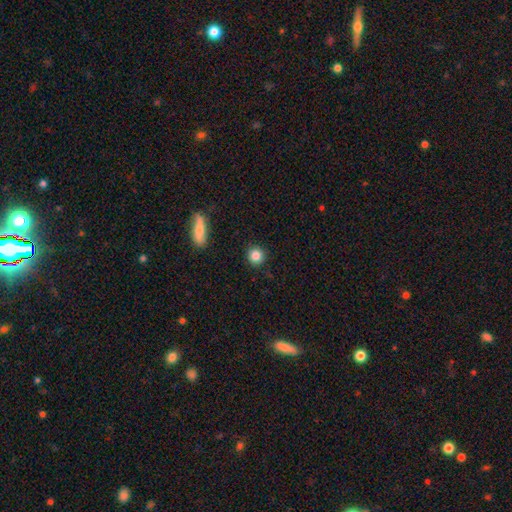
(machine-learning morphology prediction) The model was most divided on "smooth or featured": smooth: 85%, star or artifact: 10%, featured or disk: 5%. More confident: how rounded — round (92%); merging — none (90%).